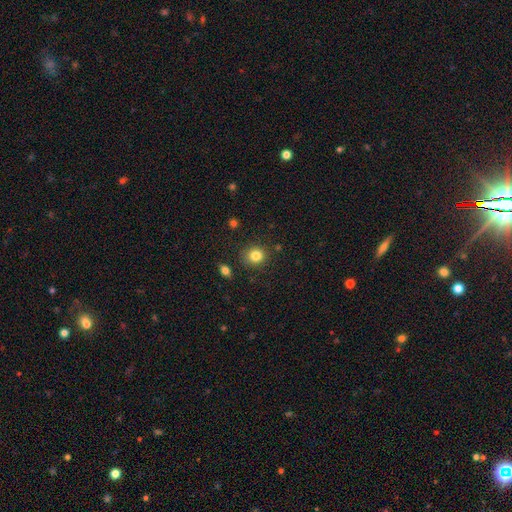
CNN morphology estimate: The model was most divided on "how rounded": round: 82%, in between: 17%, cigar-shaped: 1%. More confident: merging — none (86%); smooth or featured — smooth (83%).